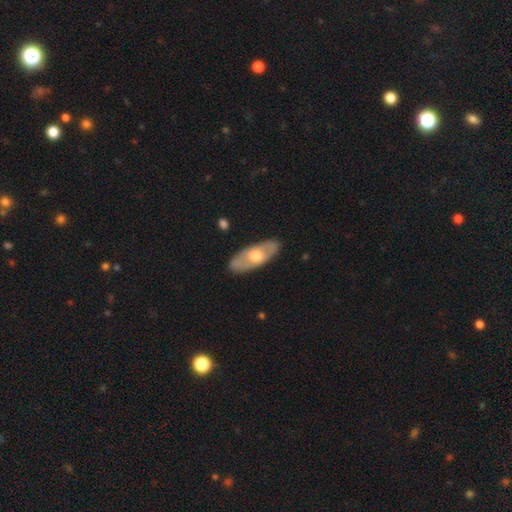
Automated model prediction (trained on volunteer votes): The model was most divided on "smooth or featured": featured or disk: 49%, smooth: 47%, star or artifact: 4%. More confident: merging — none (87%).